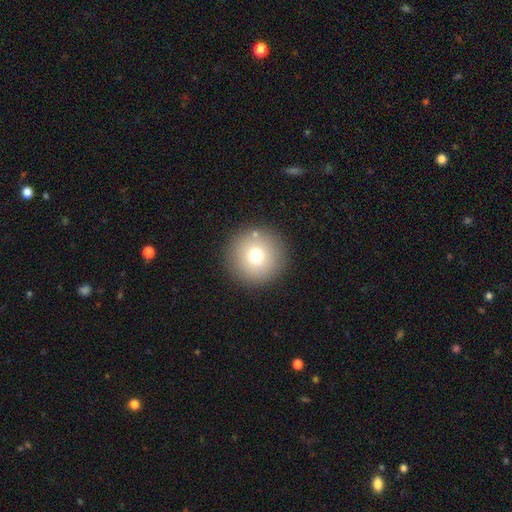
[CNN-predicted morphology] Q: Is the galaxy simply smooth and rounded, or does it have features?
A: smooth — 73%.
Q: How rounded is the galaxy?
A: round — 96%.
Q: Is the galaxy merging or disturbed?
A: none — 89%.